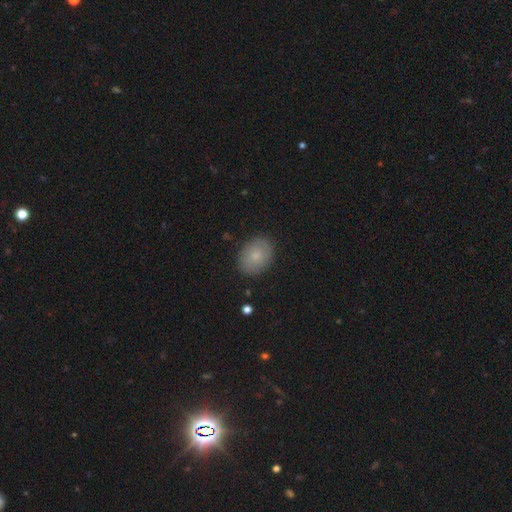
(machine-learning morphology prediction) smooth_or_featured: smooth (p=0.81) [alt: featured or disk p=0.11]
how_rounded: in between (p=0.70) [alt: round p=0.29]
merging: none (p=0.87) [alt: minor disturbance p=0.10]